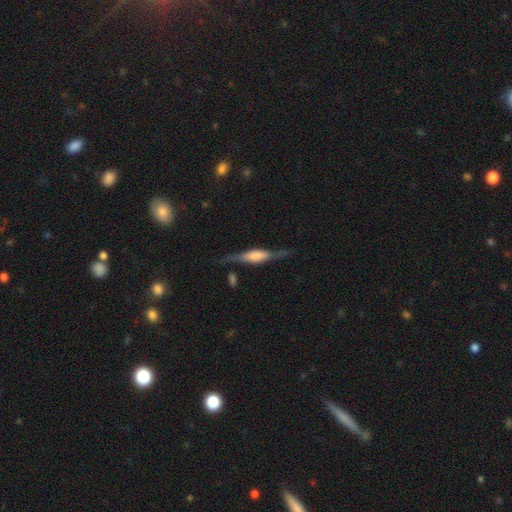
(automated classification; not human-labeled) Morphology: type=featured or disk (70%); edge-on=yes (95%); edge-on bulge=boxy (49%); merging=none (73%).